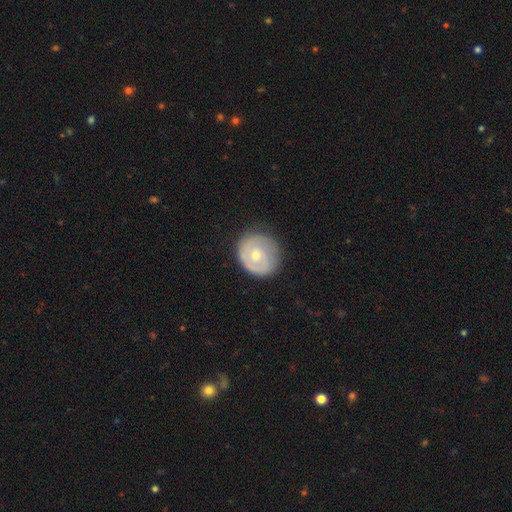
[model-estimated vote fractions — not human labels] Smooth or featured?
  - featured or disk: 56% *
  - smooth: 39%
  - star or artifact: 6%
Edge-on disk?
  - no: 97% *
  - yes: 3%
Bar?
  - no: 80% *
  - weak: 17%
  - strong: 3%
Spiral arms?
  - yes: 67% *
  - no: 33%
Bulge size?
  - moderate: 48% * (tied)
  - small: 48% * (tied)
  - large: 2%
  - none: 1%
  - dominant: 1%
Merging?
  - none: 77% *
  - minor disturbance: 17%
  - major disturbance: 5%
  - merger: 1%